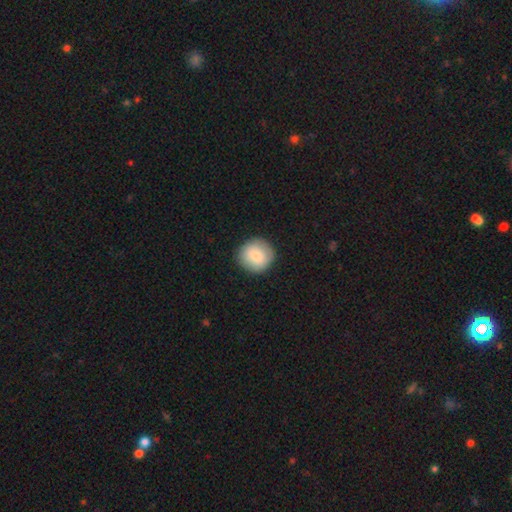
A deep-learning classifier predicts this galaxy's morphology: Smooth or featured: smooth — 81% (featured or disk — 12%)
How rounded: round — 93% (in between — 6%)
Merging: none — 89% (minor disturbance — 8%)